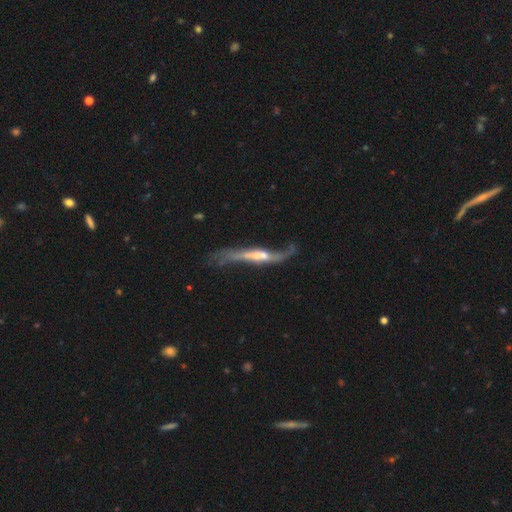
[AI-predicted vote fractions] Smooth or featured? featured or disk (77%)
Edge-on disk? yes (67%)
Edge-on bulge? rounded (53%)
Merging? none (44%)